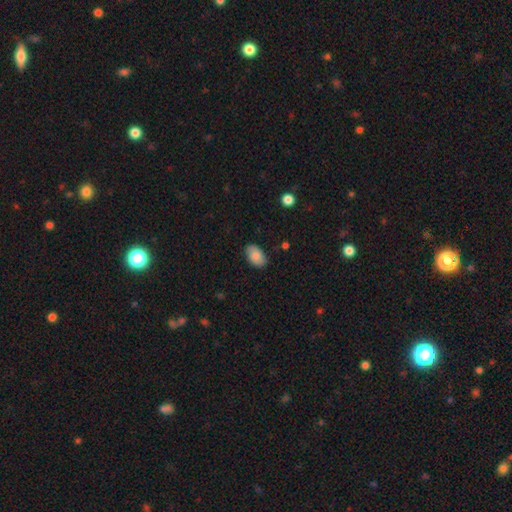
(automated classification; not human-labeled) Smooth or featured? smooth (83%)
How rounded? in between (91%)
Merging? none (82%)